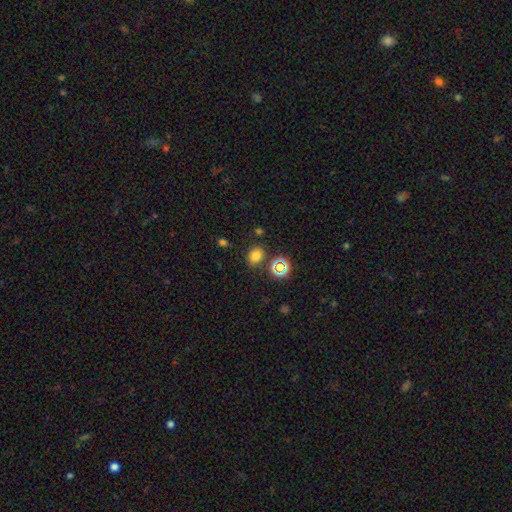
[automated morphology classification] This appears to be a smooth galaxy with no disk features (73%) that is round (57%). Merging: none (79%).